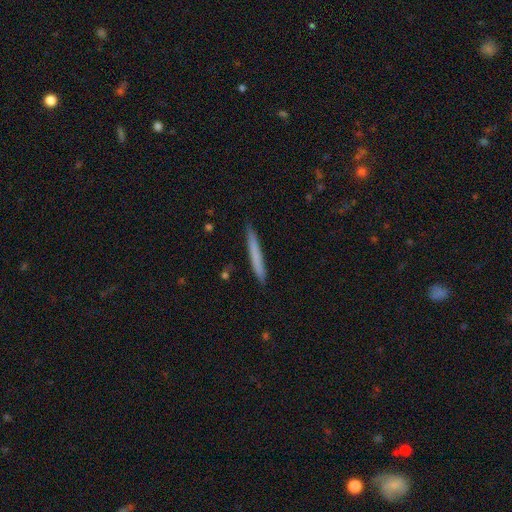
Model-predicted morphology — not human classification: This is likely a smooth galaxy (68%). How rounded: clearly cigar-shaped (97%). Merging: clearly none (89%).